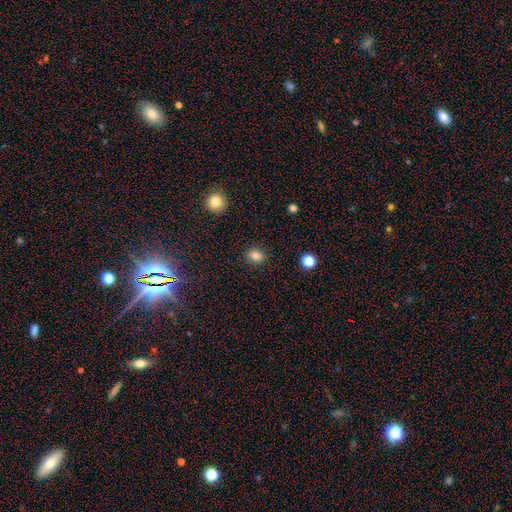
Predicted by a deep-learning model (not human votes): Overall: smooth (83%). How rounded: round (60%; in between 39%). Merging: none (89%).